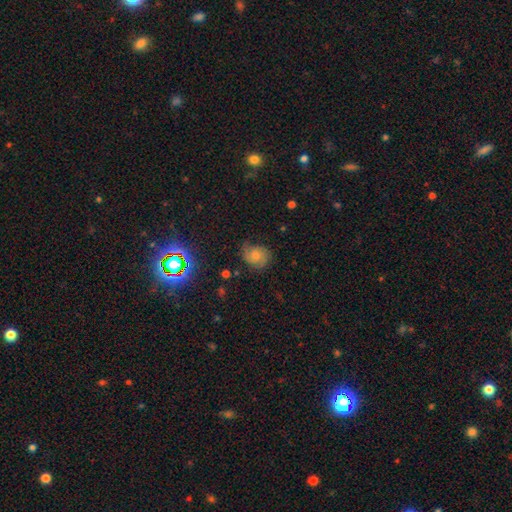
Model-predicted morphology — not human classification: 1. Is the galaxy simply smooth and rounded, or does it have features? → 46% featured or disk, 40% smooth, 14% star or artifact.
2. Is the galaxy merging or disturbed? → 65% none, 25% minor disturbance, 9% major disturbance, 2% merger.